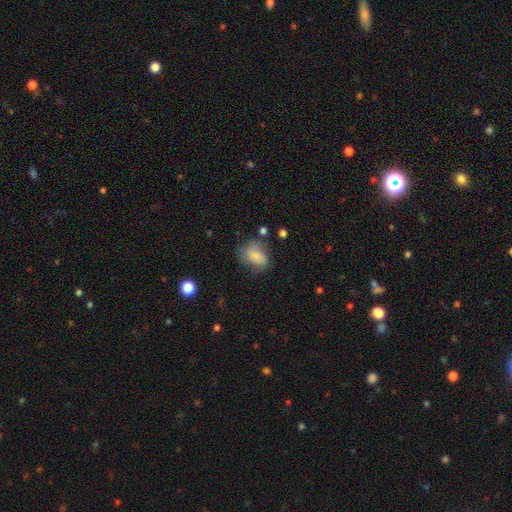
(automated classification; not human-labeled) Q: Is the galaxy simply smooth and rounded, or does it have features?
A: smooth — 74%.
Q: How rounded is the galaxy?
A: in between — 76%.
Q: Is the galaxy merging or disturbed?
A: none — 54%.